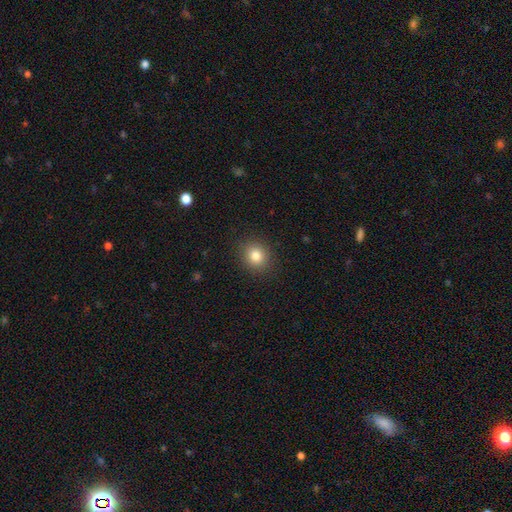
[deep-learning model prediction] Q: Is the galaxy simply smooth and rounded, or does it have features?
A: smooth — 82%.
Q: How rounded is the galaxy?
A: round — 76%.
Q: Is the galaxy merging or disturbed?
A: none — 89%.